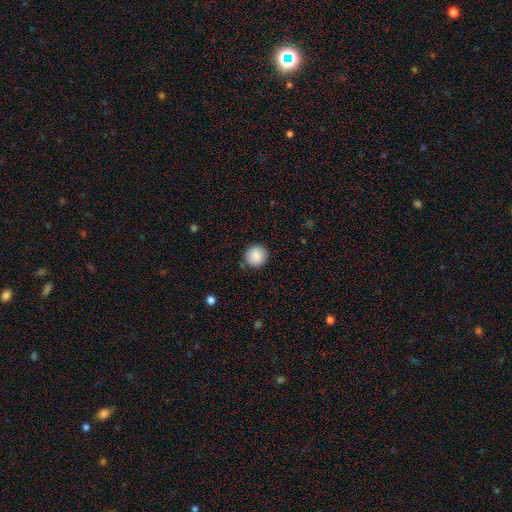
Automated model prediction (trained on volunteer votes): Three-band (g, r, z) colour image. It shows a smooth galaxy with no disk features (88%) that is round (93%). Merging: none (90%).